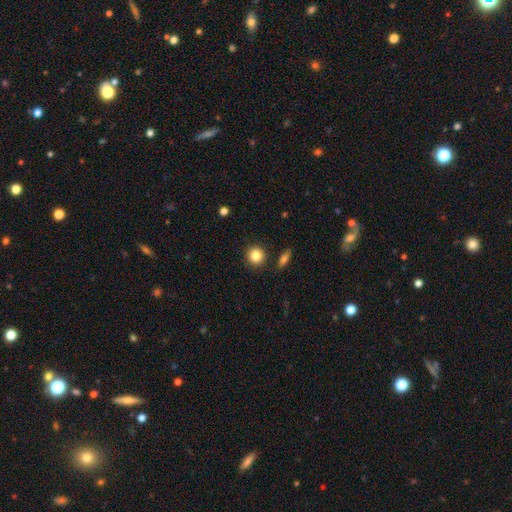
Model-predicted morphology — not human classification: This is clearly a smooth galaxy (85%). How rounded: clearly round (91%). Merging: clearly none (88%).